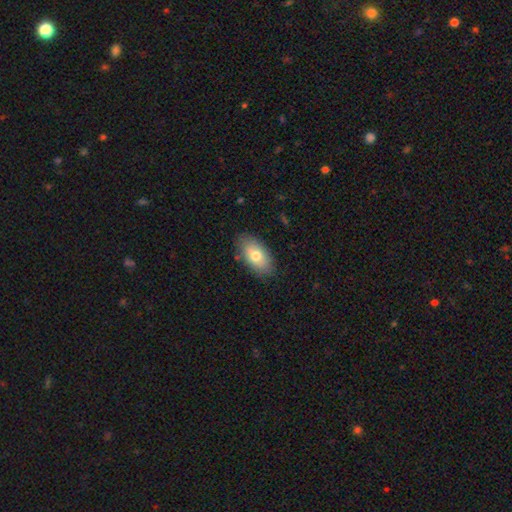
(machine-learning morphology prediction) A smooth galaxy with no disk features (75%) that is in between round and cigar-shaped (92%). Merging: none (84%).